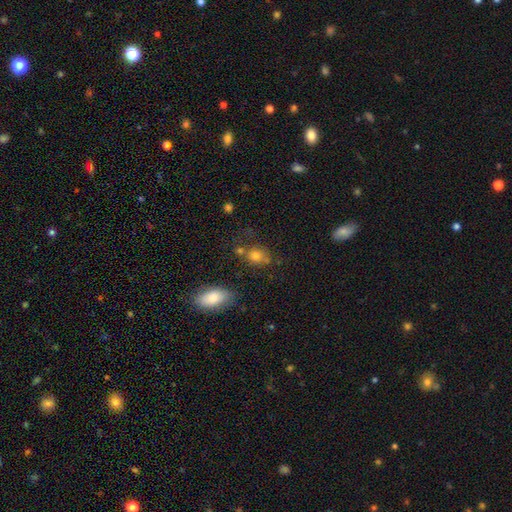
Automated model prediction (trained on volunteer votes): smooth_or_featured: smooth (p=0.75) [alt: star or artifact p=0.15]
how_rounded: round (p=0.52) [alt: in between p=0.46]
merging: none (p=0.57) [alt: minor disturbance p=0.18]